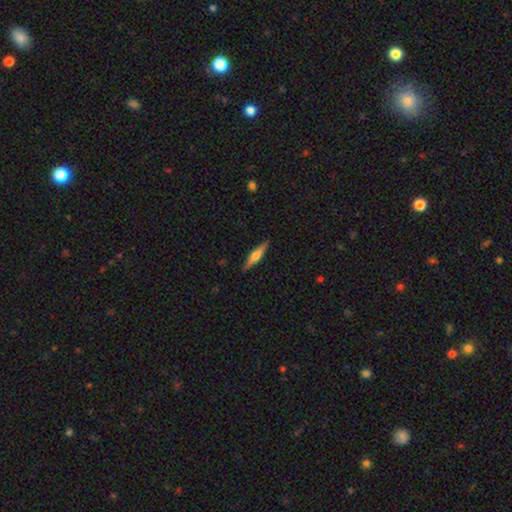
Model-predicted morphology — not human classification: featured or disk 65%, smooth 29%, star or artifact 6%. Down the decision tree: edge-on disk — yes (97%); edge-on bulge — rounded (84%); merging — none (90%).